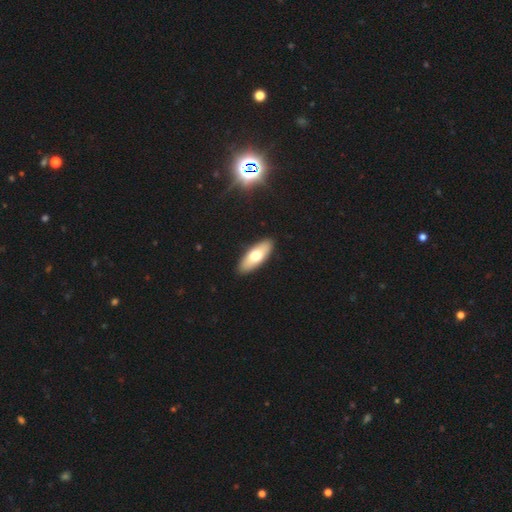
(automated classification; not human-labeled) Smooth or featured?
  - smooth: 67% *
  - featured or disk: 28%
  - star or artifact: 6%
How rounded?
  - in between: 74% *
  - cigar-shaped: 24%
  - round: 2%
Merging?
  - none: 91% *
  - minor disturbance: 7%
  - major disturbance: 2%
  - merger: 1%